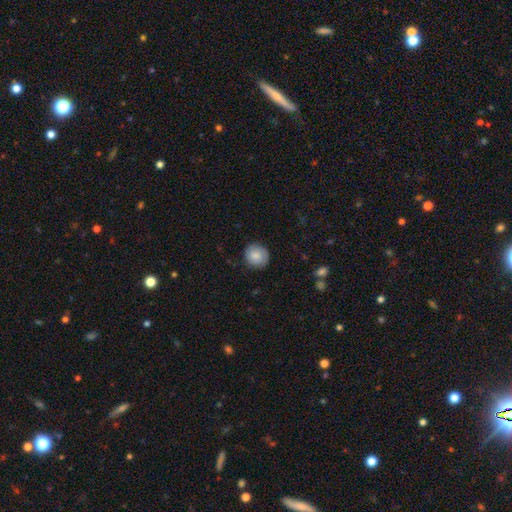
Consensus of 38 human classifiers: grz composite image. It shows a smooth galaxy with no disk features (74%) that is round (89%). Merging: none (89%).